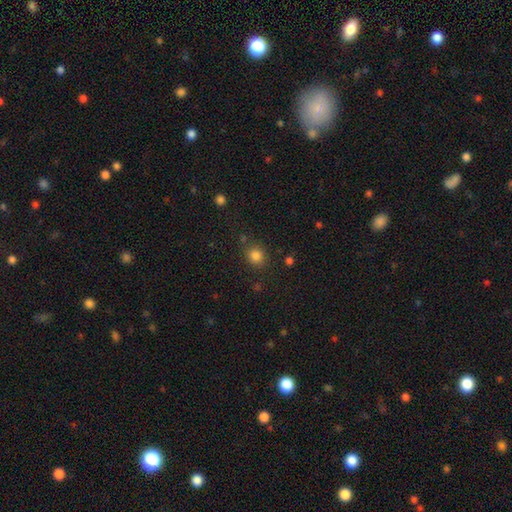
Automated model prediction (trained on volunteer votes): Overall: smooth (82%). How rounded: round (78%). Merging: none (81%).